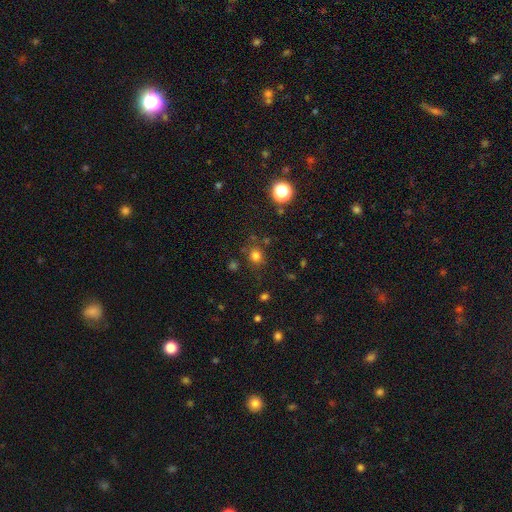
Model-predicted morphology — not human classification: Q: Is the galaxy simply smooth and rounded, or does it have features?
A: smooth — 75%.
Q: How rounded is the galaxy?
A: round — 85%.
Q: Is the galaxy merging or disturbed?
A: none — 80%.